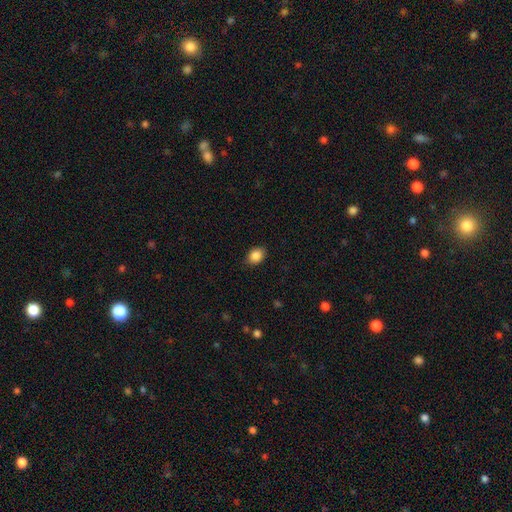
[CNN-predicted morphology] A smooth galaxy with no disk features (87%) that is in between round and cigar-shaped (70%). Merging: none (86%).